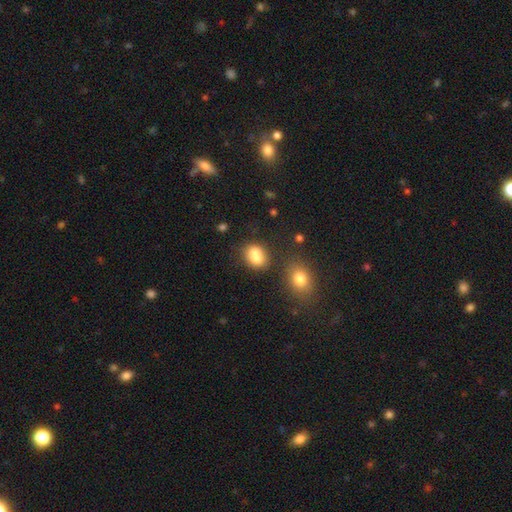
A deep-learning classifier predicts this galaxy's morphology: type=smooth (78%); roundness=in between (58%); merging=none (43%).